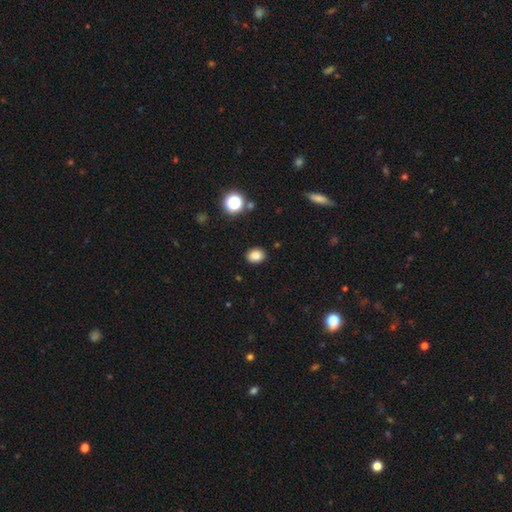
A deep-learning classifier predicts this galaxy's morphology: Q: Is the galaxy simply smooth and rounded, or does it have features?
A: smooth — 84%.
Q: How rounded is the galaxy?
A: in between — 57%.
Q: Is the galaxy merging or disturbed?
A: none — 89%.